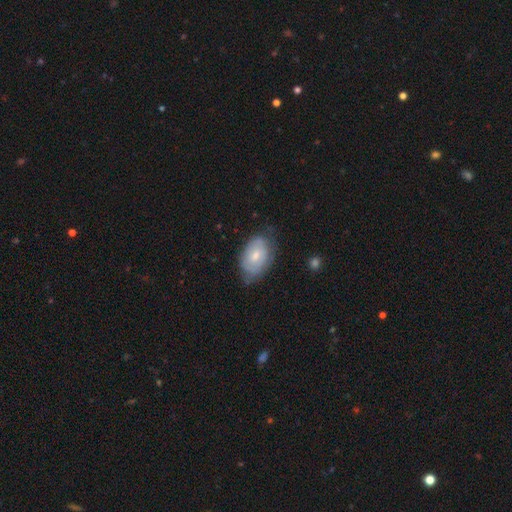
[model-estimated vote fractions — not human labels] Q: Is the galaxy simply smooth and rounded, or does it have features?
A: smooth — 54%.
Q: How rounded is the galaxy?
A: in between — 88%.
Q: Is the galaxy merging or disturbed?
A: none — 61%.